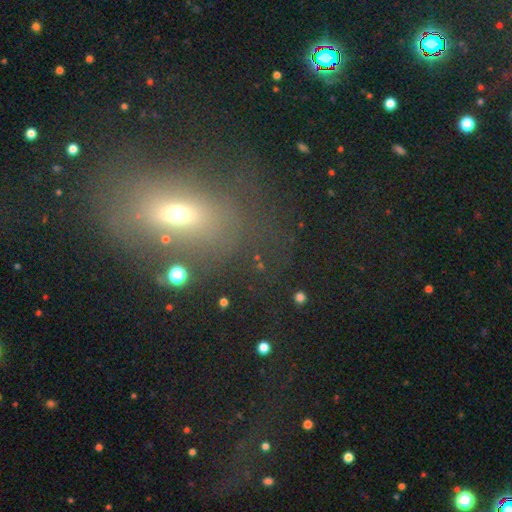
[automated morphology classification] smooth_or_featured: smooth (p=0.48) [alt: star or artifact p=0.33]
merging: none (p=0.62) [alt: major disturbance p=0.16]